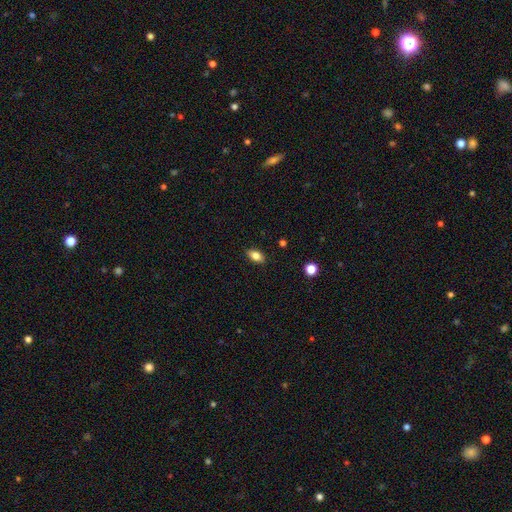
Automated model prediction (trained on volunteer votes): Smooth or featured? Predicted: smooth (p=0.81). How rounded? Predicted: in between (p=0.88). Merging? Predicted: none (p=0.87).